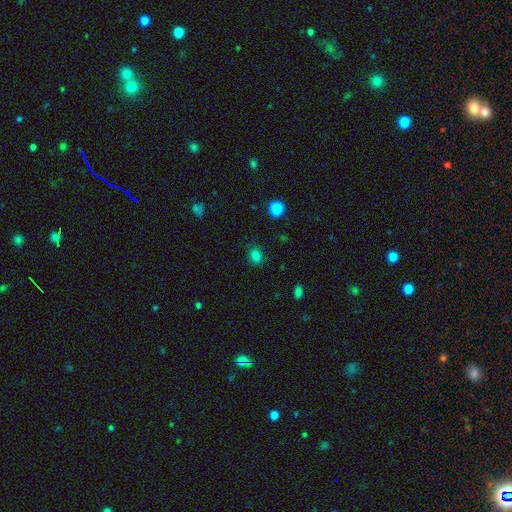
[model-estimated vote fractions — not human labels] Smooth or featured?
  - smooth: 81% *
  - star or artifact: 15%
  - featured or disk: 4%
How rounded?
  - round: 66% *
  - in between: 33%
  - cigar-shaped: 1%
Merging?
  - none: 84% *
  - minor disturbance: 11%
  - major disturbance: 3%
  - merger: 1%